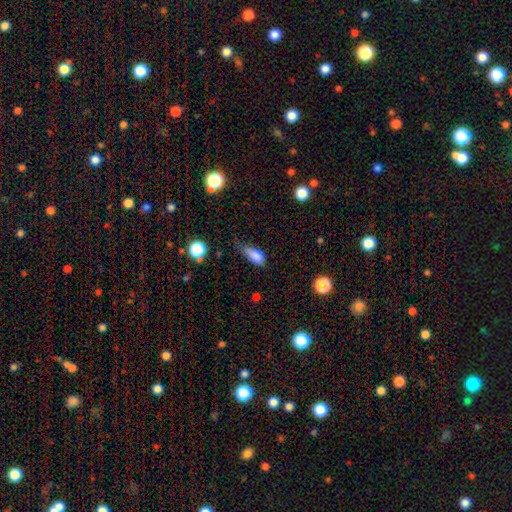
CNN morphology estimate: smooth 82%, star or artifact 10%, featured or disk 8%. Down the decision tree: how rounded — in between (81%); merging — minor disturbance (45%).